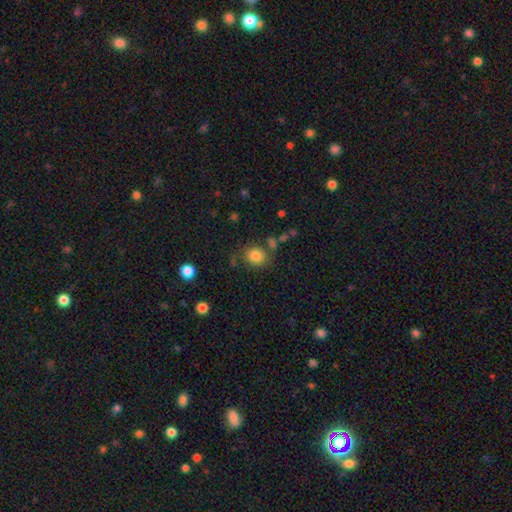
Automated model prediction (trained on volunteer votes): This appears to be a smooth galaxy with no disk features (82%) that is round (74%). Merging: none (74%).